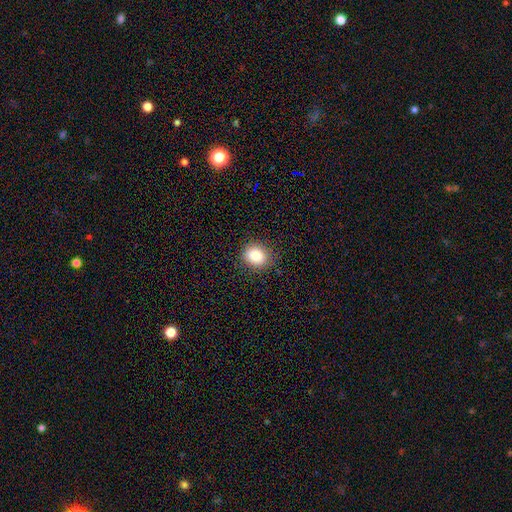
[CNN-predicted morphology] Smooth or featured? smooth (85%)
How rounded? round (64%)
Merging? none (86%)